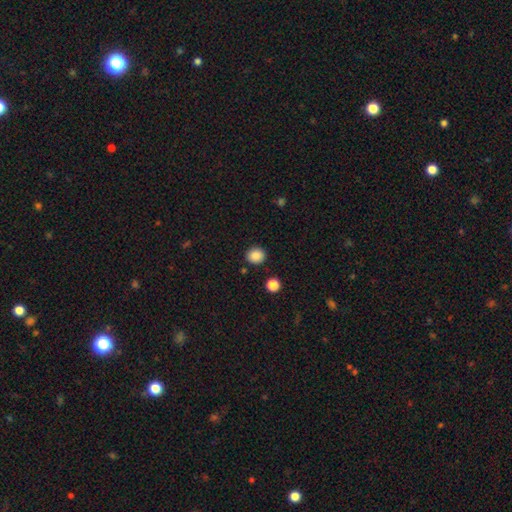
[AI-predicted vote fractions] Smooth or featured? Predicted: smooth (p=0.87). How rounded? Predicted: round (p=0.77). Merging? Predicted: none (p=0.88).